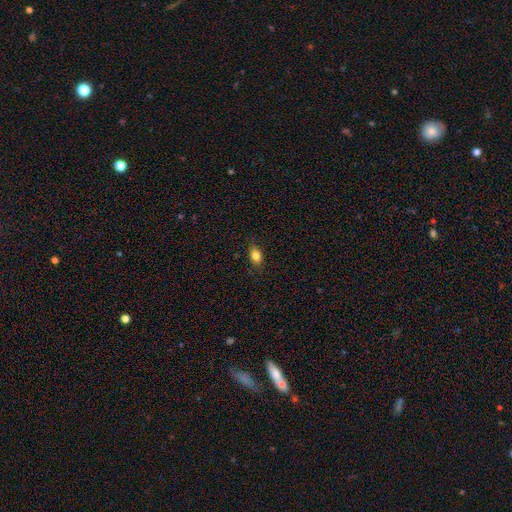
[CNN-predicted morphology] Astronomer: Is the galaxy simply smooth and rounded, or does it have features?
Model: smooth — 84%.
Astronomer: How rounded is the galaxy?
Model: in between — 78%.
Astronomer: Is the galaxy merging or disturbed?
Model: none — 84%.